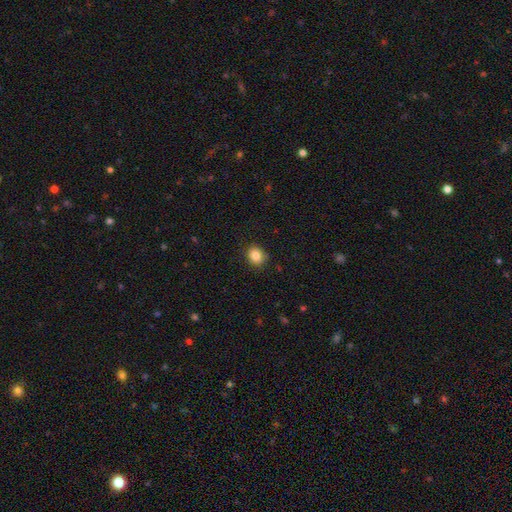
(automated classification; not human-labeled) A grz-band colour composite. It shows a smooth galaxy with no disk features (86%) that is round (65%). Merging: none (85%).